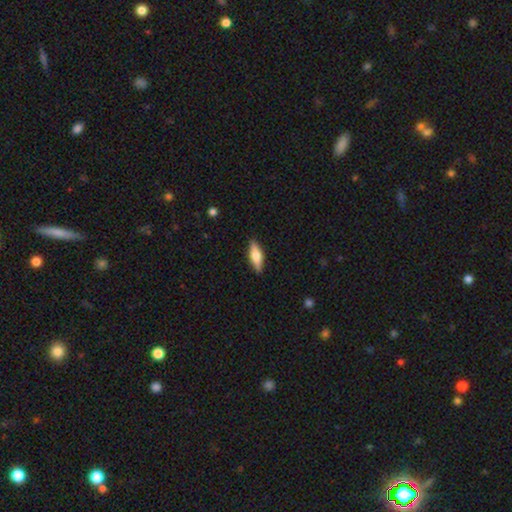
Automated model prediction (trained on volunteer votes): Smooth or featured?
  - smooth: 60% *
  - featured or disk: 34%
  - star or artifact: 6%
How rounded?
  - in between: 51% *
  - cigar-shaped: 46%
  - round: 2%
Merging?
  - none: 88% *
  - minor disturbance: 9%
  - major disturbance: 2%
  - merger: 1%